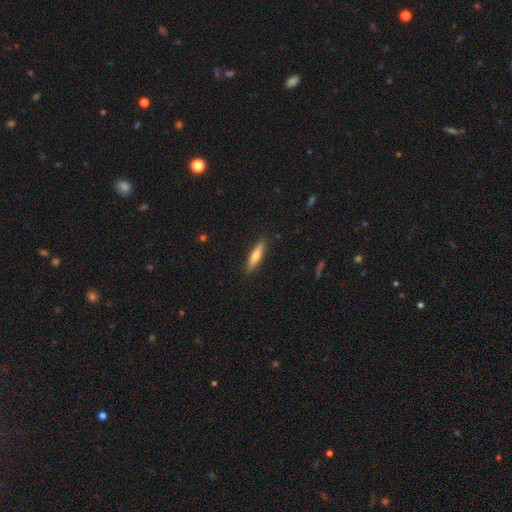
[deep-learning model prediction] Smooth or featured? Predicted: smooth (p=0.64). How rounded? Predicted: cigar-shaped (p=0.79). Merging? Predicted: none (p=0.89).